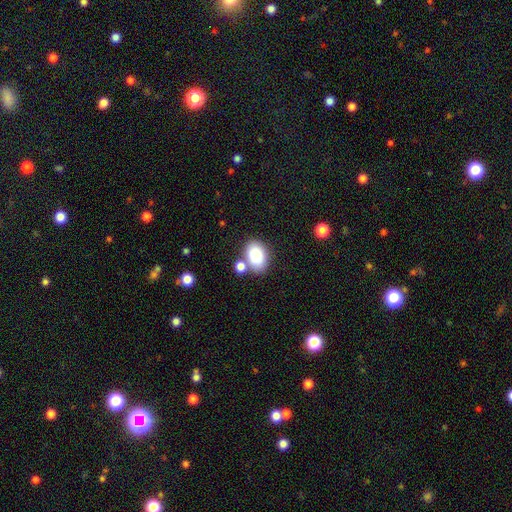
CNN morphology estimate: Overall: smooth (86%). How rounded: in between (84%). Merging: none (62%).